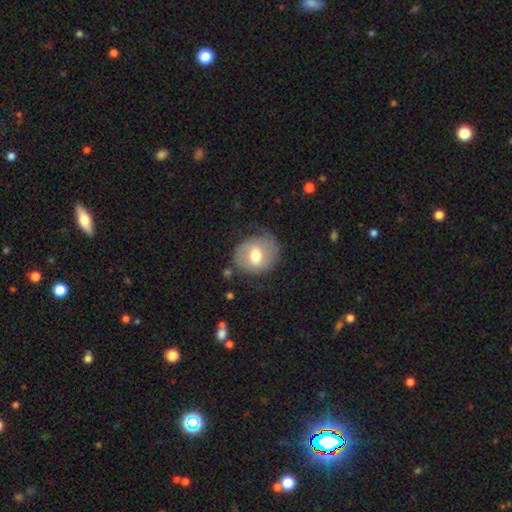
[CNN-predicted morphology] Overall: smooth (55%; featured or disk 38%). How rounded: round (68%; in between 31%). Merging: none (69%).